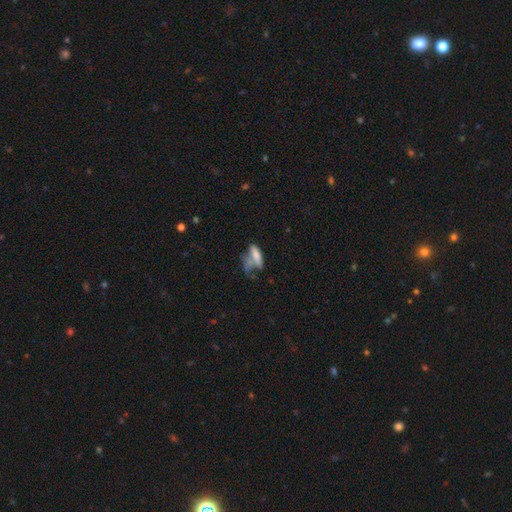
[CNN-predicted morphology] This is likely a smooth galaxy (63%). How rounded: possibly cigar-shaped (48%, tied with in between). Merging: marginally major disturbance (31%).